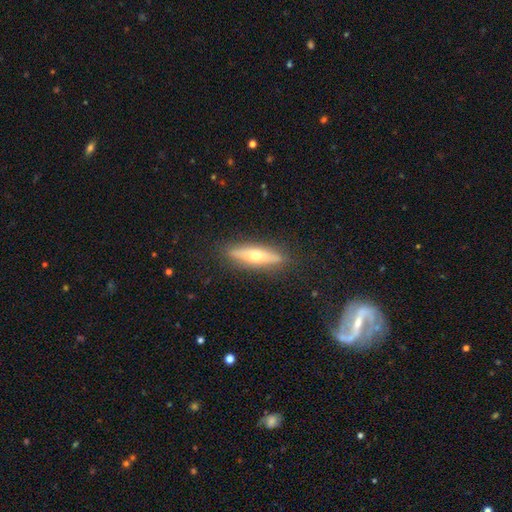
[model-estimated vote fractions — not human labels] Smooth or featured: featured or disk — 50% (smooth — 43%)
Edge-on disk: yes — 83% (no — 17%)
Merging: none — 87% (minor disturbance — 9%)